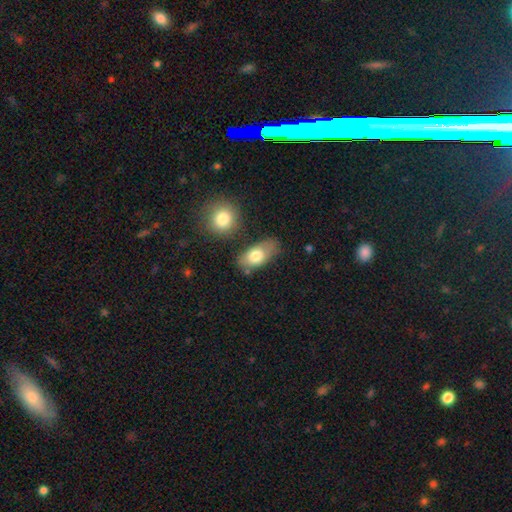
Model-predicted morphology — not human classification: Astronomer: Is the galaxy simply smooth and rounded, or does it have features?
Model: smooth — 74%.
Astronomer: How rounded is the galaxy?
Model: in between — 87%.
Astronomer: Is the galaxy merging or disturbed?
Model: none — 63%.